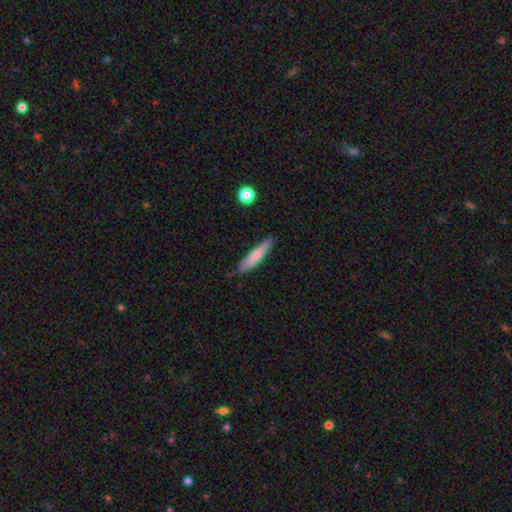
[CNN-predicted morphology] This is likely a smooth galaxy (70%). How rounded: clearly cigar-shaped (80%). Merging: likely none (77%).